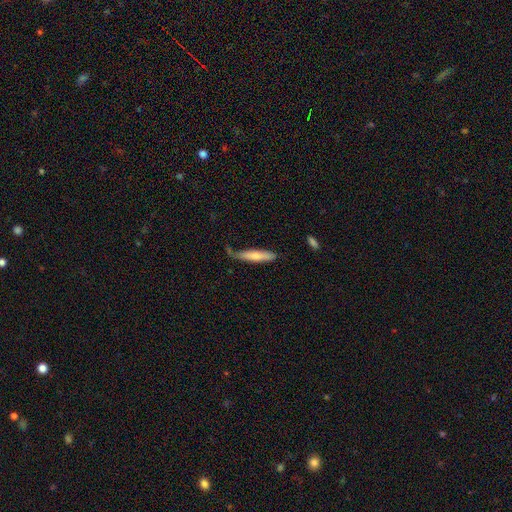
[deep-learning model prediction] This is likely a smooth galaxy (68%). How rounded: clearly cigar-shaped (86%). Merging: likely none (62%).